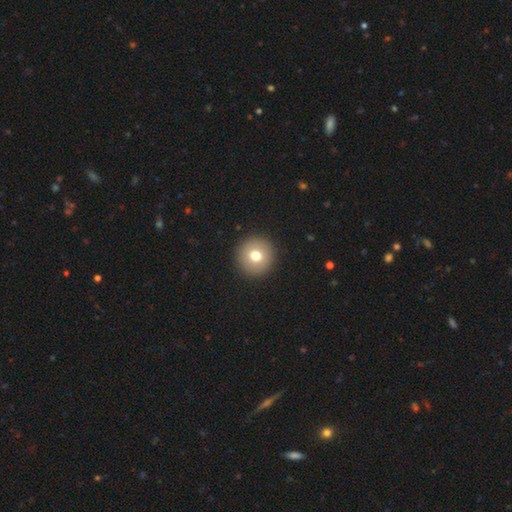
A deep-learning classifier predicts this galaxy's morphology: Smooth or featured?
  - smooth: 74% *
  - featured or disk: 16%
  - star or artifact: 10%
How rounded?
  - round: 96% *
  - in between: 3%
  - cigar-shaped: 1%
Merging?
  - none: 93% *
  - minor disturbance: 4%
  - major disturbance: 2%
  - merger: 1%